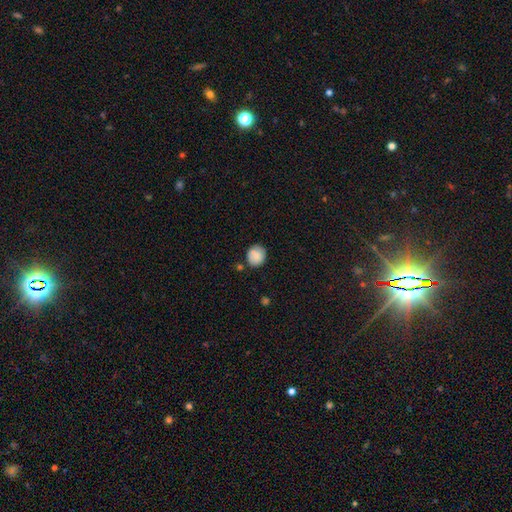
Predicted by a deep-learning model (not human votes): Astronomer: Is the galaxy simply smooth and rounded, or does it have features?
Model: smooth — 82%.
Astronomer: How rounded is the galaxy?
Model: round — 79%.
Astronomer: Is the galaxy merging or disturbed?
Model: none — 74%.